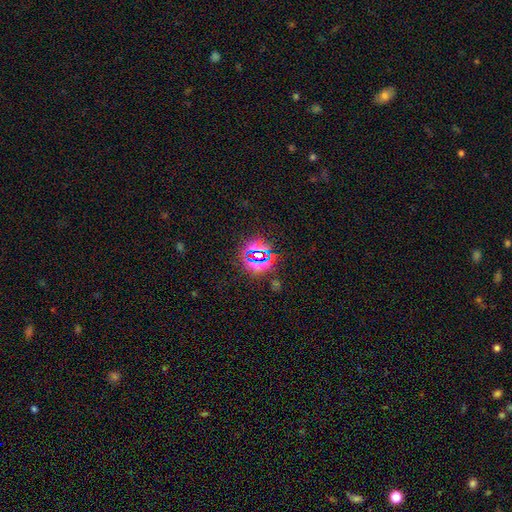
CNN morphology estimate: A star or artifact, not a galaxy (73%).